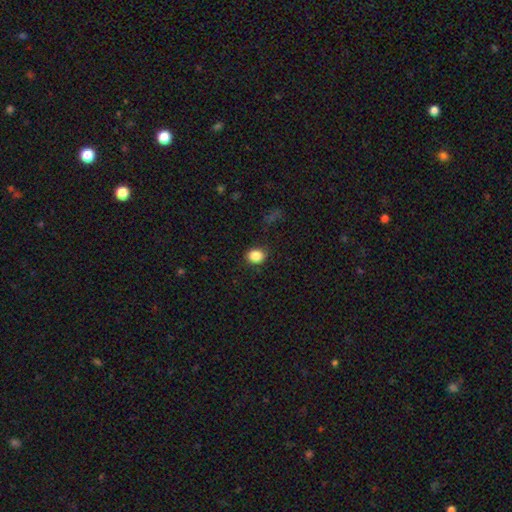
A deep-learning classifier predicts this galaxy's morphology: This appears to be a smooth galaxy with no disk features (86%) that is round (58%). Merging: none (86%).